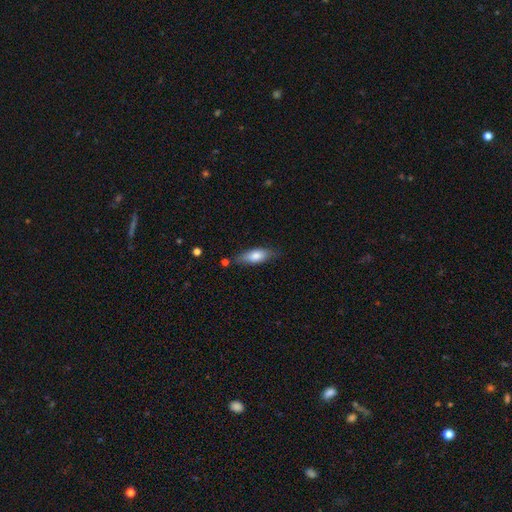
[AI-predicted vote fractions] Morphology: type=smooth (73%); roundness=in between (67%); merging=none (71%).